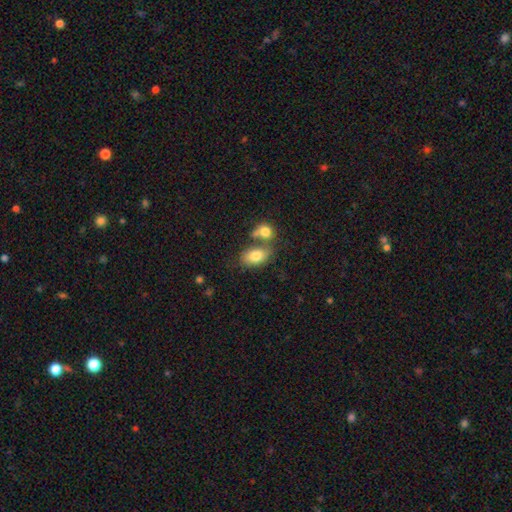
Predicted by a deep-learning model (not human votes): A smooth galaxy with no disk features (80%) that is in between round and cigar-shaped (87%). Merging: none (42%).